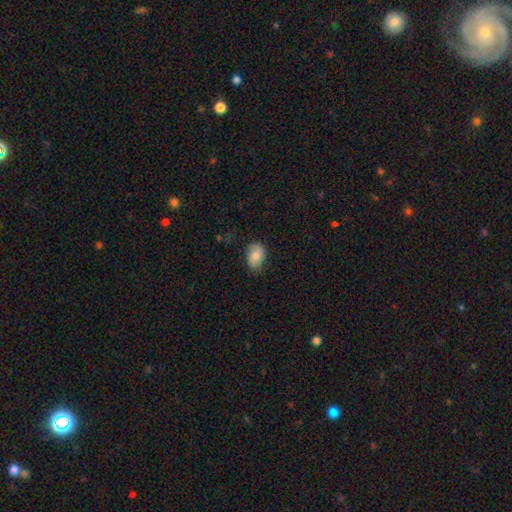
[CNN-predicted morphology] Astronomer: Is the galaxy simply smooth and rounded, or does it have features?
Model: smooth — 79%.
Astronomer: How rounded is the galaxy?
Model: in between — 86%.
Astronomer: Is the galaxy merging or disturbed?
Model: none — 70%.